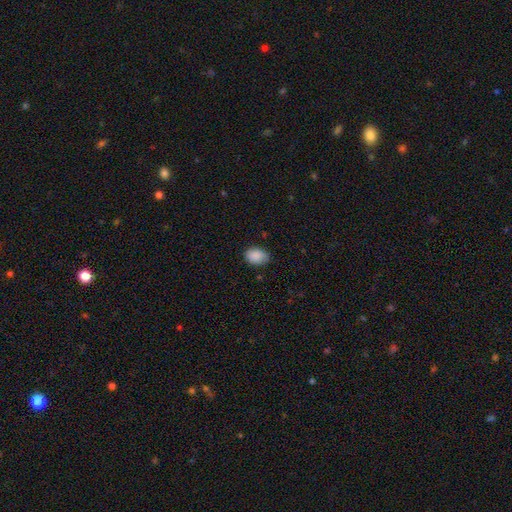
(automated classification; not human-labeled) smooth_or_featured: smooth (p=0.89) [alt: star or artifact p=0.07]
how_rounded: in between (p=0.74) [alt: round p=0.25]
merging: none (p=0.76) [alt: minor disturbance p=0.19]